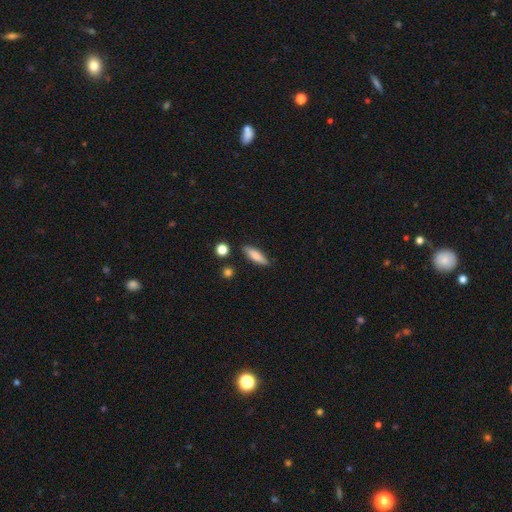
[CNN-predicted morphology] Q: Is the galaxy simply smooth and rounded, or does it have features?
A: smooth — 78%.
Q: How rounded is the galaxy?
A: cigar-shaped — 56%.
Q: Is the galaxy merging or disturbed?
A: none — 85%.